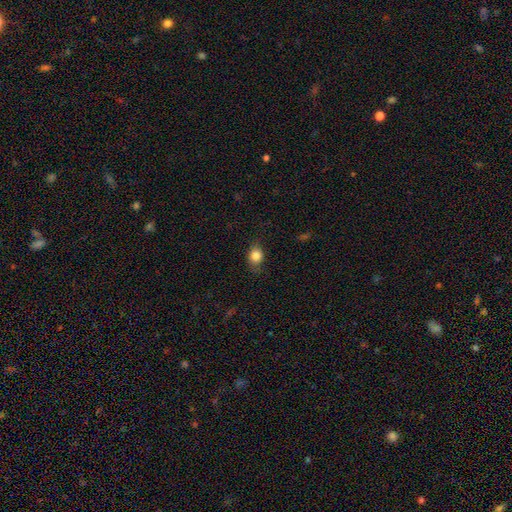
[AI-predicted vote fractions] smooth_or_featured: smooth (p=0.83) [alt: star or artifact p=0.10]
how_rounded: round (p=0.52) [alt: in between p=0.46]
merging: none (p=0.73) [alt: minor disturbance p=0.21]